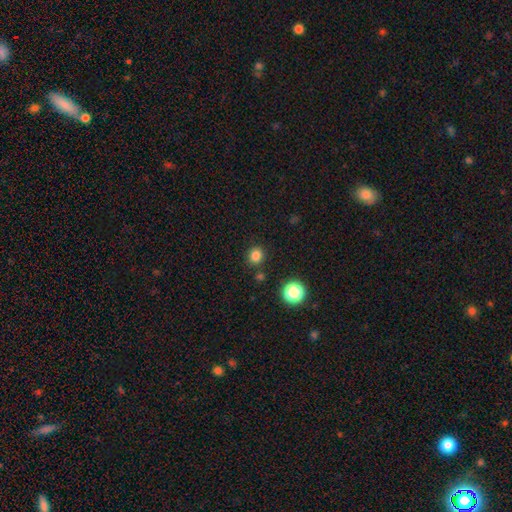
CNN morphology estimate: Overall: smooth (81%). How rounded: round (88%). Merging: none (86%).